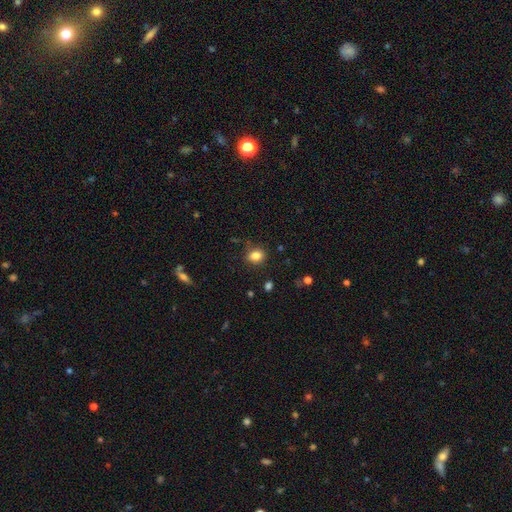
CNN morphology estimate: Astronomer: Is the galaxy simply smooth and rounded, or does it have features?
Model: smooth — 84%.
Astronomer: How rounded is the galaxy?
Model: round — 51% (runner-up: in between, 48%).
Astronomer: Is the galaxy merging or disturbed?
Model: none — 82%.